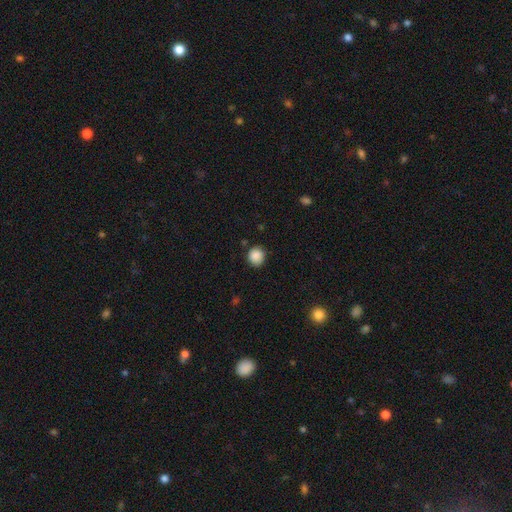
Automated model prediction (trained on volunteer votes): A smooth galaxy with no disk features (88%) that is round (84%). Merging: none (84%).